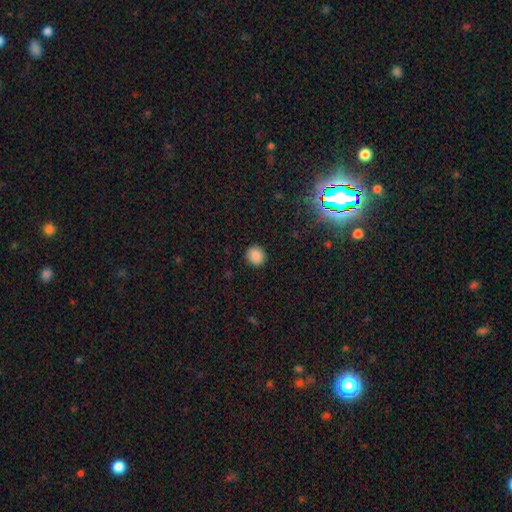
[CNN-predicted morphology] Smooth or featured?
  - smooth: 87% *
  - star or artifact: 10%
  - featured or disk: 3%
How rounded?
  - round: 88% *
  - in between: 11%
  - cigar-shaped: 1%
Merging?
  - none: 91% *
  - minor disturbance: 6%
  - major disturbance: 2%
  - merger: 1%